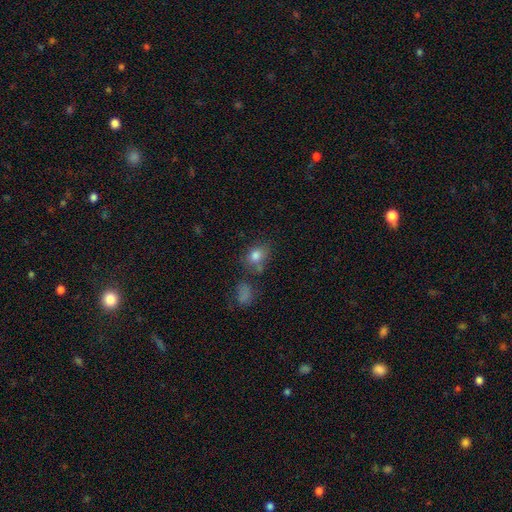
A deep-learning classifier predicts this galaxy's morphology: Smooth or featured: smooth — 79% (star or artifact — 11%)
How rounded: in between — 54% (round — 44%)
Merging: none — 55% (minor disturbance — 20%)